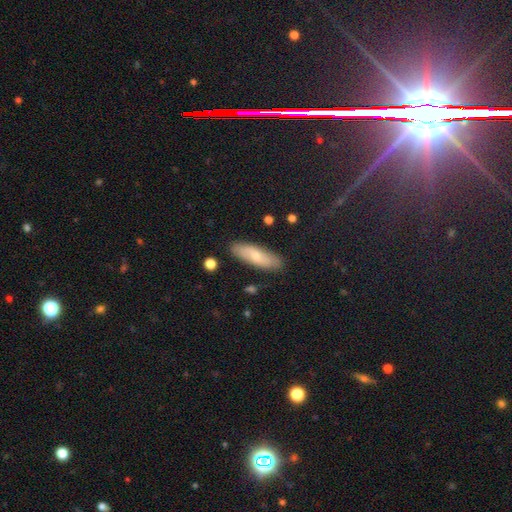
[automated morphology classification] smooth-or-featured: smooth: 68% | featured or disk: 25% | star or artifact: 6%
  how-rounded: in between: 50% | cigar-shaped: 48% | round: 2%
  merging: none: 86% | minor disturbance: 10% | major disturbance: 2% | merger: 2%